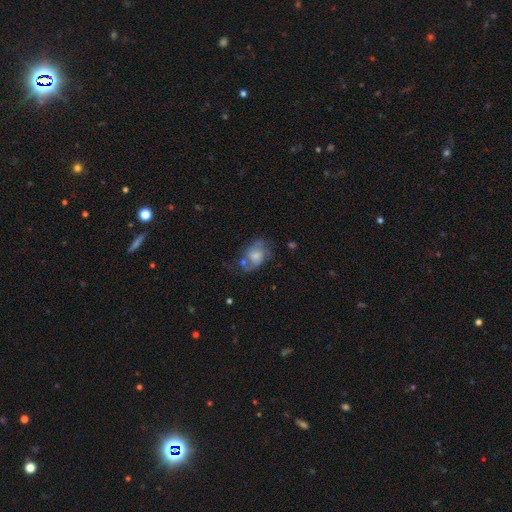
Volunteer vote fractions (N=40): smooth 55%, featured or disk 38%, star or artifact 8%. Down the decision tree: how rounded — in between (77%); merging — none (32%).